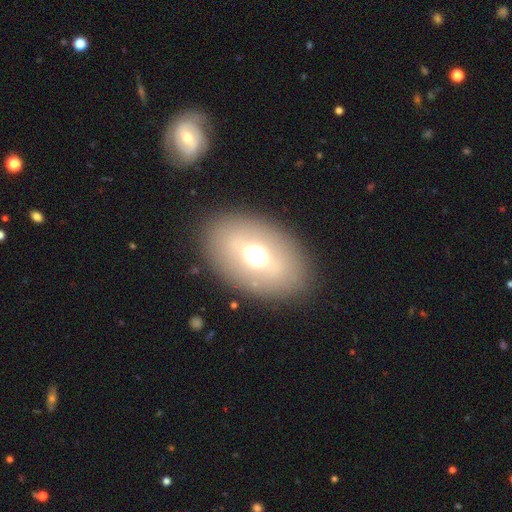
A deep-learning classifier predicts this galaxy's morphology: smooth 58%, featured or disk 30%, star or artifact 12%. Down the decision tree: how rounded — in between (79%); merging — none (85%).